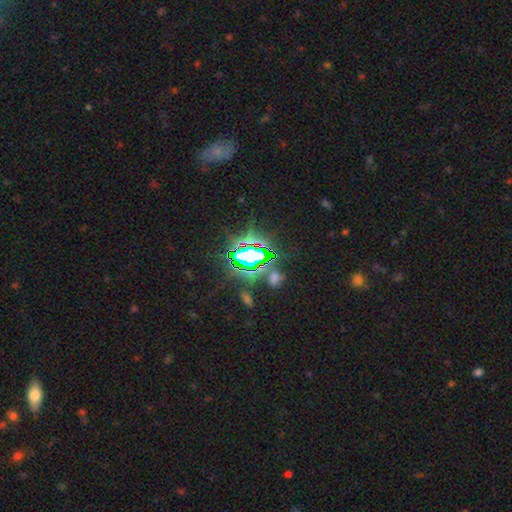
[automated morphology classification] Smooth or featured: star or artifact — 81% (smooth — 11%)